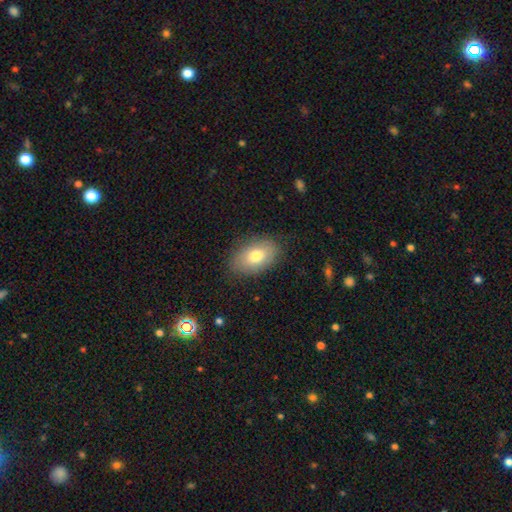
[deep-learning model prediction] Smooth or featured? smooth (76%)
How rounded? in between (90%)
Merging? none (83%)